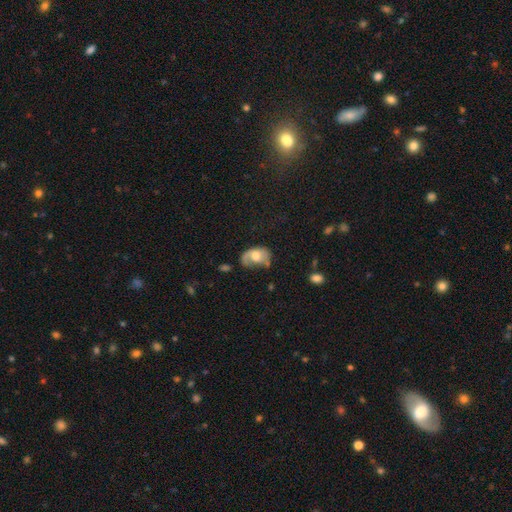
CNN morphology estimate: smooth-or-featured: featured or disk: 46% (tied) | smooth: 46% (tied) | star or artifact: 8%
  merging: none: 33% | minor disturbance: 32% | major disturbance: 30% | merger: 5%